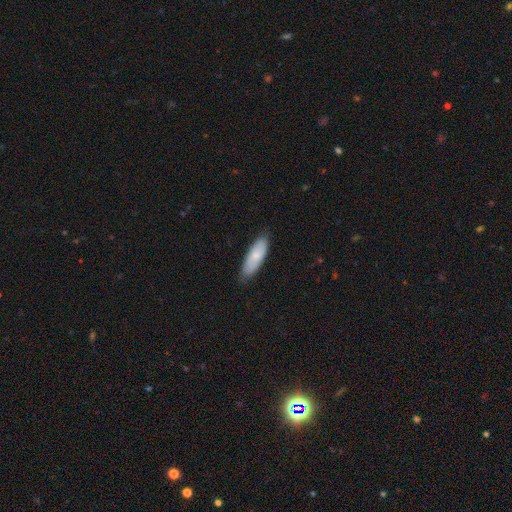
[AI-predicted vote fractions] smooth_or_featured: smooth (p=0.73) [alt: featured or disk p=0.21]
how_rounded: in between (p=0.57) [alt: cigar-shaped p=0.41]
merging: none (p=0.80) [alt: minor disturbance p=0.16]